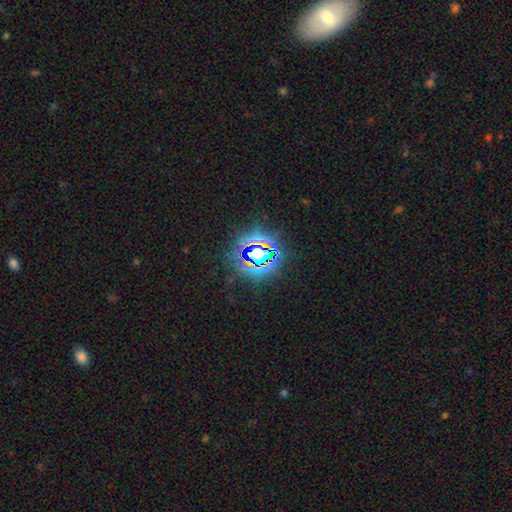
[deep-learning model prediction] star or artifact 73%, smooth 17%, featured or disk 11%.